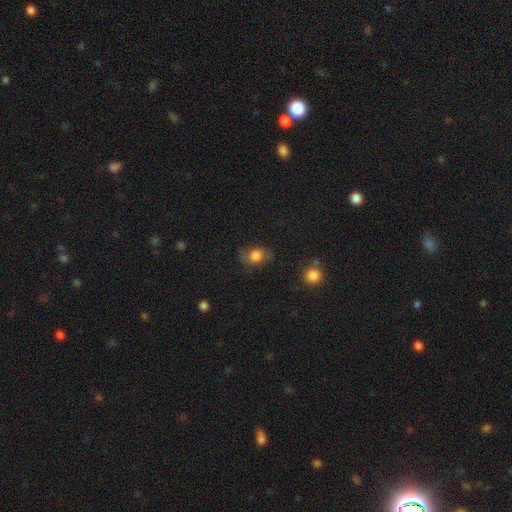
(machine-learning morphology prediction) Smooth or featured: smooth — 73% (featured or disk — 16%)
How rounded: in between — 55% (round — 43%)
Merging: none — 68% (minor disturbance — 21%)